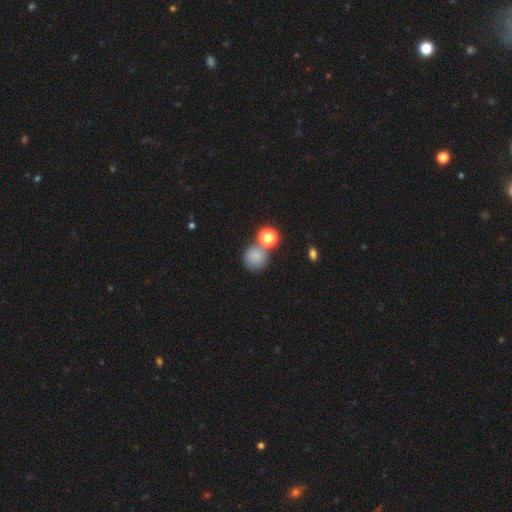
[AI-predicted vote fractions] Morphology: type=smooth (77%); roundness=round (86%); merging=none (57%).